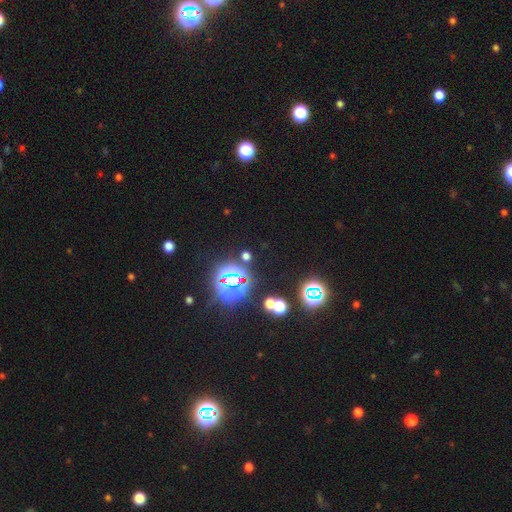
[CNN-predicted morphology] A star or artifact, not a galaxy (79%).